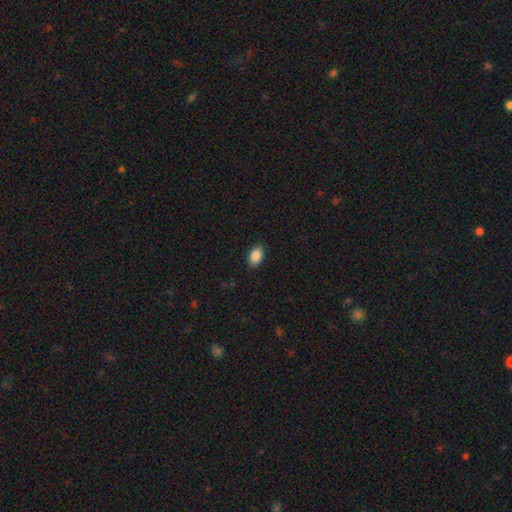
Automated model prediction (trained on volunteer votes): Smooth or featured? smooth (88%)
How rounded? in between (91%)
Merging? none (88%)